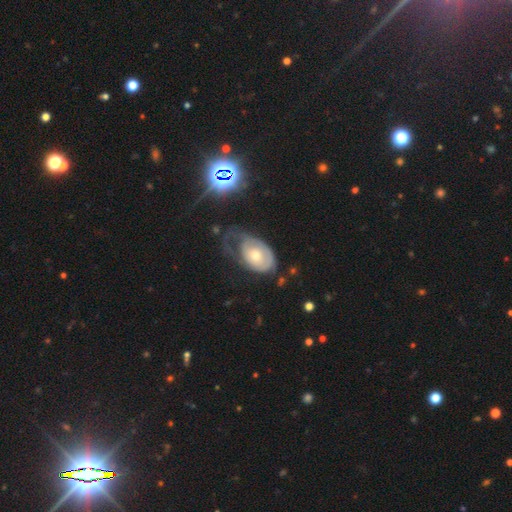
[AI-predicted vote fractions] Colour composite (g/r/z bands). It shows a featured or disk galaxy (52%). Merging: major disturbance (40%).